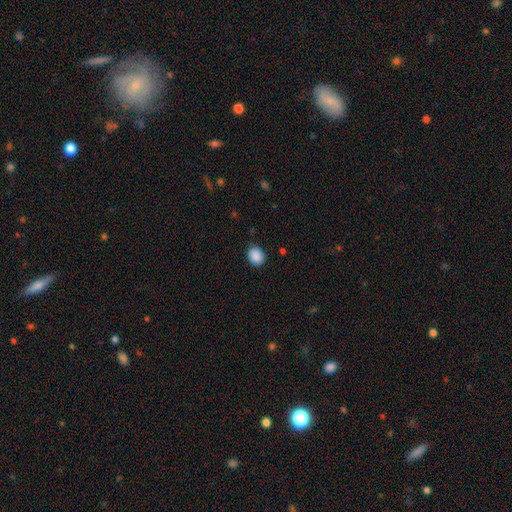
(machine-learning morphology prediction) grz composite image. It shows a smooth galaxy with no disk features (89%) that is round (59%). Merging: none (86%).